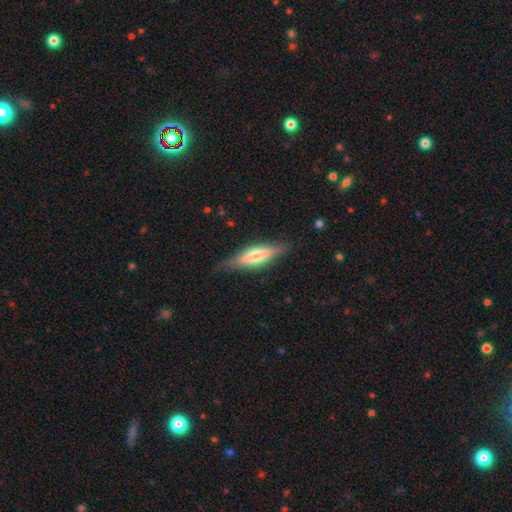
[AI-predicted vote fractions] Smooth or featured? featured or disk (50%)
Merging? none (80%)